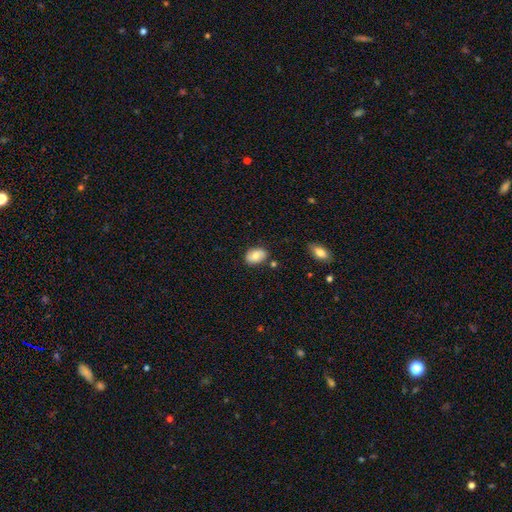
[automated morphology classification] The model was most divided on "smooth or featured": smooth: 70%, featured or disk: 22%, star or artifact: 7%. More confident: how rounded — in between (82%); merging — none (79%).